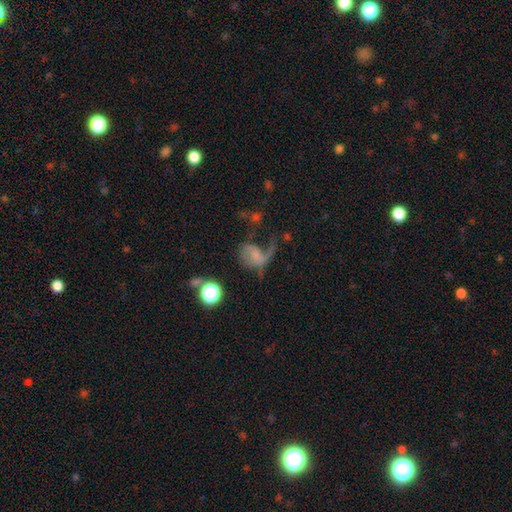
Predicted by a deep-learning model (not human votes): featured or disk 53%, smooth 32%, star or artifact 15%. Down the decision tree: edge-on disk — no (97%); bar — no (69%); spiral arms — yes (71%); bulge size — none (45%); merging — major disturbance (53%).